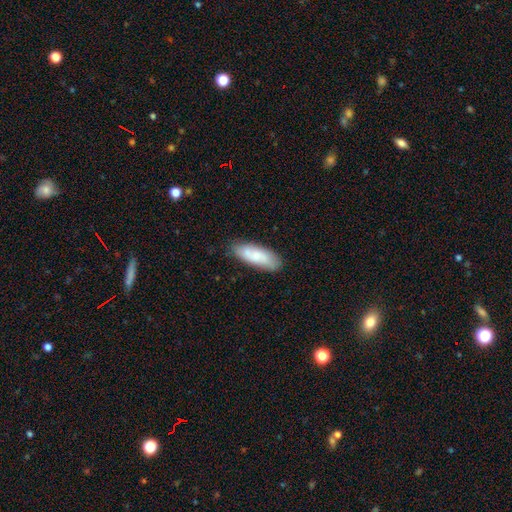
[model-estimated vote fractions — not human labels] Smooth or featured?
  - smooth: 70% *
  - featured or disk: 24%
  - star or artifact: 6%
How rounded?
  - in between: 66% *
  - cigar-shaped: 32%
  - round: 2%
Merging?
  - none: 80% *
  - minor disturbance: 15%
  - major disturbance: 3%
  - merger: 2%